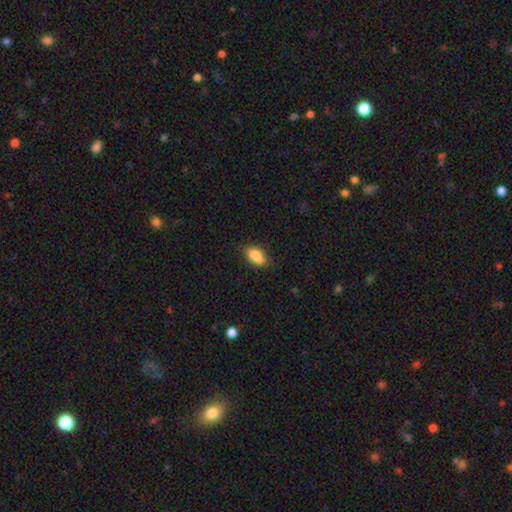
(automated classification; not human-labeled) Smooth or featured: smooth — 84% (featured or disk — 8%)
How rounded: in between — 88% (cigar-shaped — 7%)
Merging: none — 80% (minor disturbance — 16%)